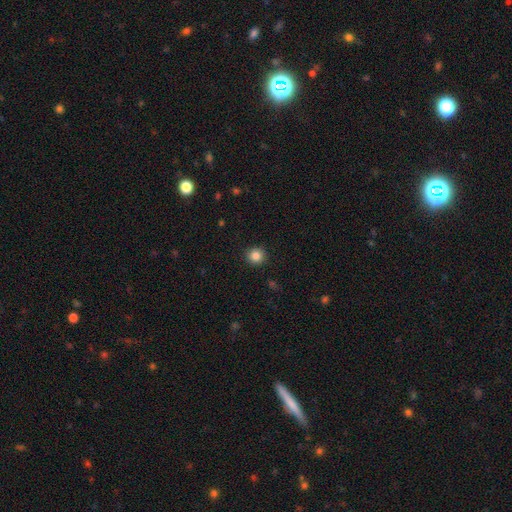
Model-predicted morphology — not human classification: Smooth or featured? Predicted: smooth (p=0.85). How rounded? Predicted: round (p=0.93). Merging? Predicted: none (p=0.92).